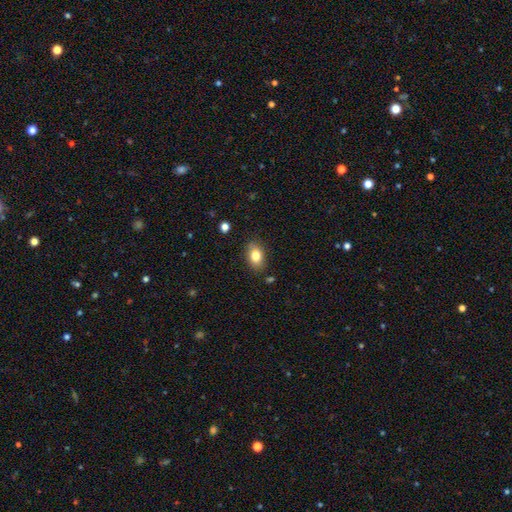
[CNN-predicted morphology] This appears to be a smooth galaxy with no disk features (81%) that is in between round and cigar-shaped (83%). Merging: none (84%).